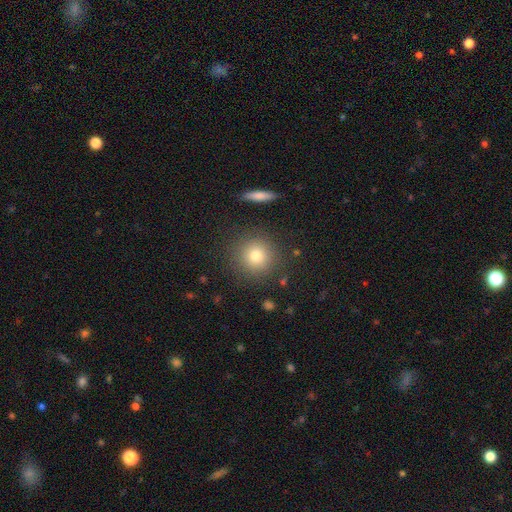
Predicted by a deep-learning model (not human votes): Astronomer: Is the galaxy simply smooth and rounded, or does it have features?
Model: smooth — 77%.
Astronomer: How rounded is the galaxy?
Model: round — 93%.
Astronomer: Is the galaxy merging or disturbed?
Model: none — 87%.